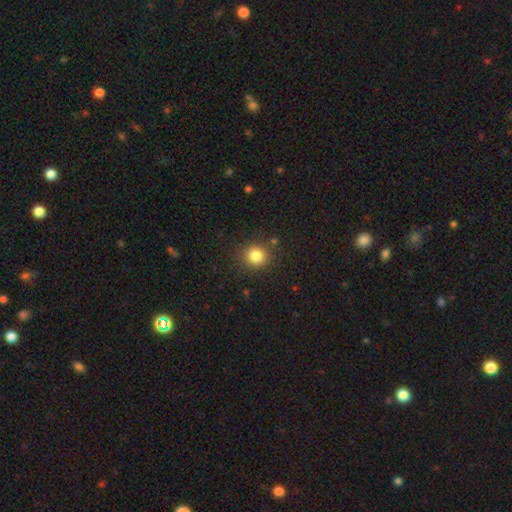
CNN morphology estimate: smooth 83%, star or artifact 12%, featured or disk 5%. Down the decision tree: how rounded — round (90%); merging — none (86%).